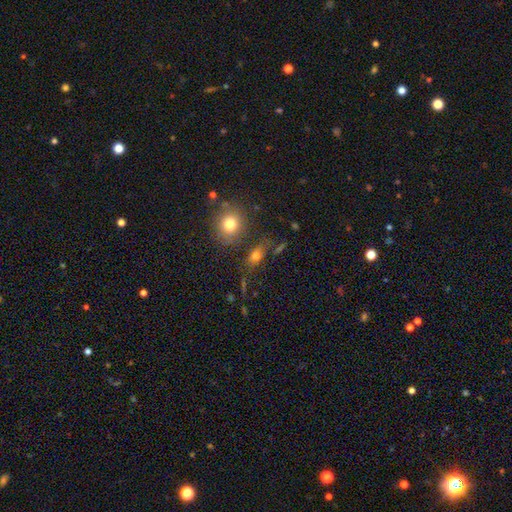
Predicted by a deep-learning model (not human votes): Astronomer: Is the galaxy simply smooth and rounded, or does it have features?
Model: smooth — 67%.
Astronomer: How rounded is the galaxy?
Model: in between — 66%.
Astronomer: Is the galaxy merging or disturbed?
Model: none — 68%.